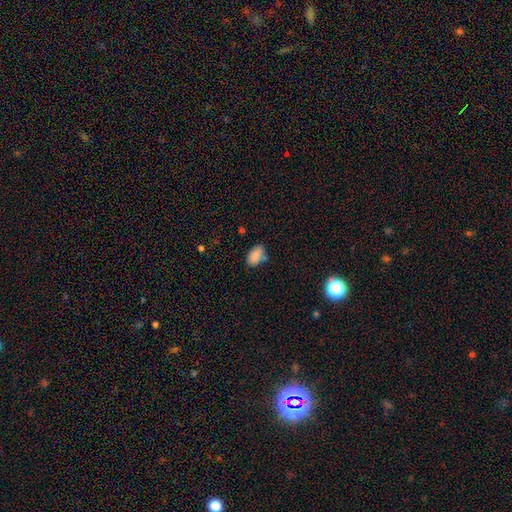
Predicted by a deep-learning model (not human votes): smooth 86%, star or artifact 8%, featured or disk 6%. Down the decision tree: how rounded — in between (92%); merging — none (66%).